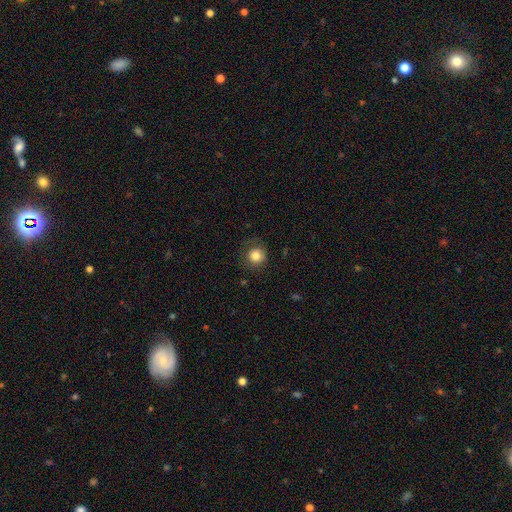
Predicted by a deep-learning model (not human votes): Q: Smooth or featured?
A: smooth (82%); runner-up: star or artifact (11%)
Q: How rounded?
A: round (92%); runner-up: in between (8%)
Q: Merging?
A: none (76%); runner-up: minor disturbance (15%)